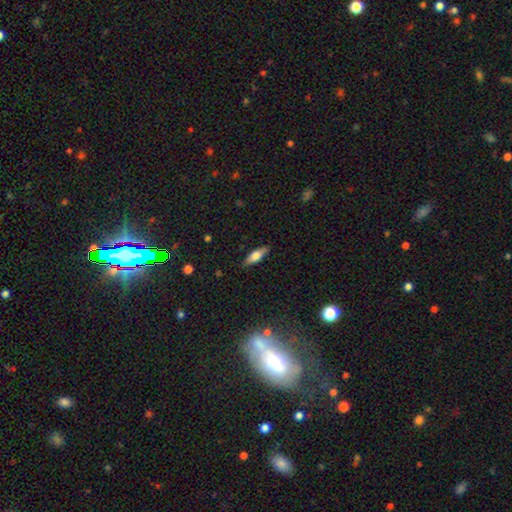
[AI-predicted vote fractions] Smooth or featured? Predicted: smooth (p=0.55). How rounded? Predicted: in between (p=0.49). Merging? Predicted: none (p=0.87).